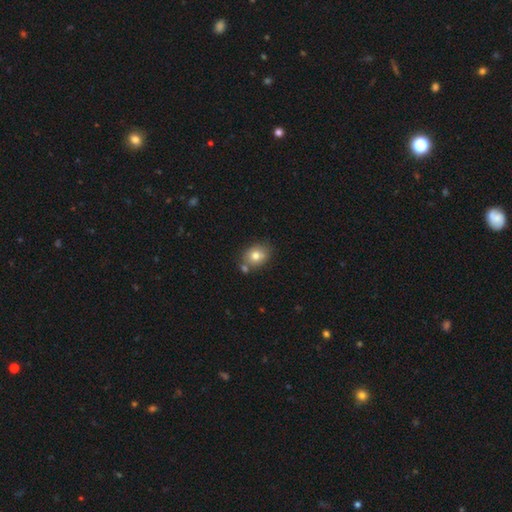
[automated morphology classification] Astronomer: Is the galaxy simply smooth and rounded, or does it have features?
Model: smooth — 77%.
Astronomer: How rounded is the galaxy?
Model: in between — 52% (runner-up: round, 47%).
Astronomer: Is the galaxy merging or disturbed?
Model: none — 65%.